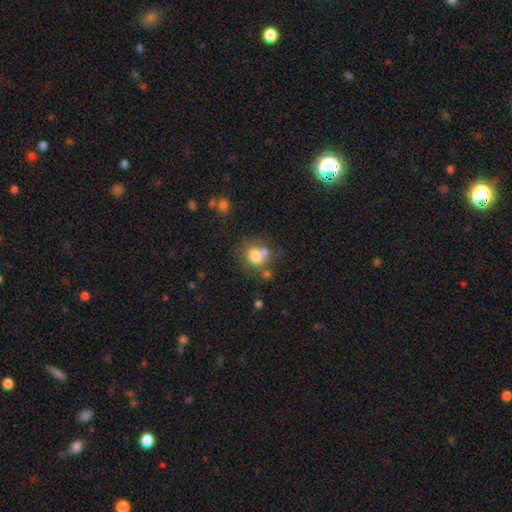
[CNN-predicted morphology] smooth_or_featured: smooth (p=0.73) [alt: featured or disk p=0.15]
how_rounded: round (p=0.72) [alt: in between p=0.27]
merging: none (p=0.48) [alt: merger p=0.32]